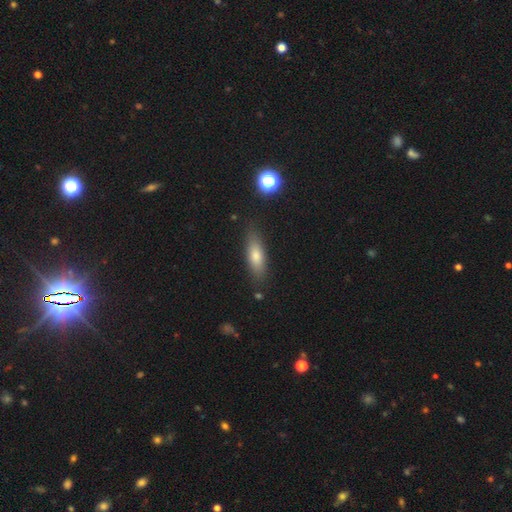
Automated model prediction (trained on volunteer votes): Smooth or featured?
  - smooth: 71% *
  - featured or disk: 20%
  - star or artifact: 9%
How rounded?
  - in between: 52% *
  - cigar-shaped: 45%
  - round: 3%
Merging?
  - none: 83% *
  - minor disturbance: 12%
  - major disturbance: 3%
  - merger: 2%